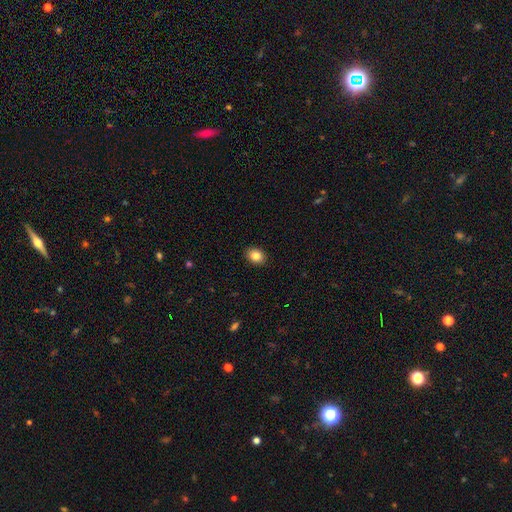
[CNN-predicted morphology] smooth-or-featured: smooth: 85% | star or artifact: 9% | featured or disk: 6%
  how-rounded: in between: 60% | round: 39% | cigar-shaped: 1%
  merging: none: 91% | minor disturbance: 7% | major disturbance: 2% | merger: 1%